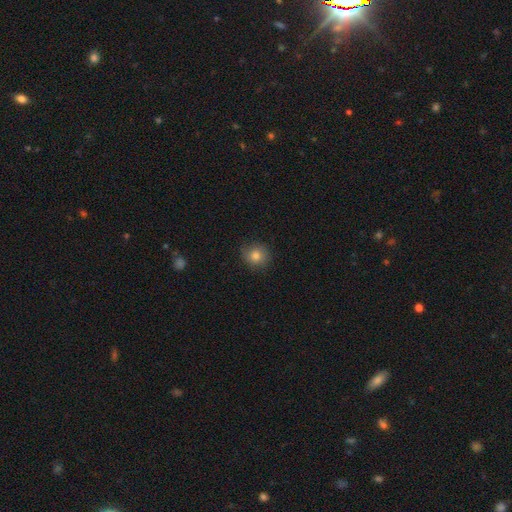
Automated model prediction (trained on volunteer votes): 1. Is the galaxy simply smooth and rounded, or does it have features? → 81% smooth, 11% star or artifact, 8% featured or disk.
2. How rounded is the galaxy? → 85% round, 14% in between, 1% cigar-shaped.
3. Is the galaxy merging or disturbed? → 80% none, 15% minor disturbance, 3% major disturbance, 1% merger.